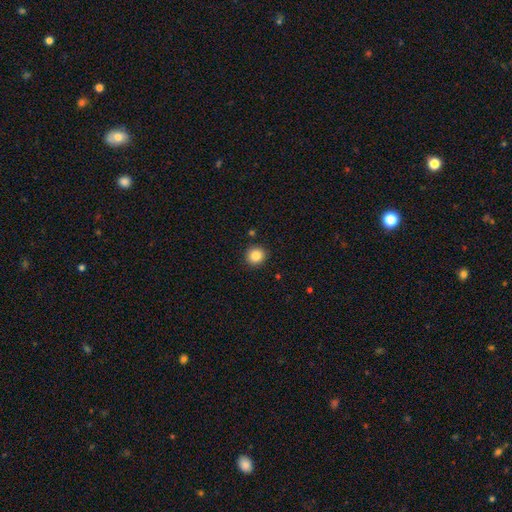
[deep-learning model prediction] This is clearly a smooth galaxy (85%). How rounded: clearly round (93%). Merging: clearly none (91%).